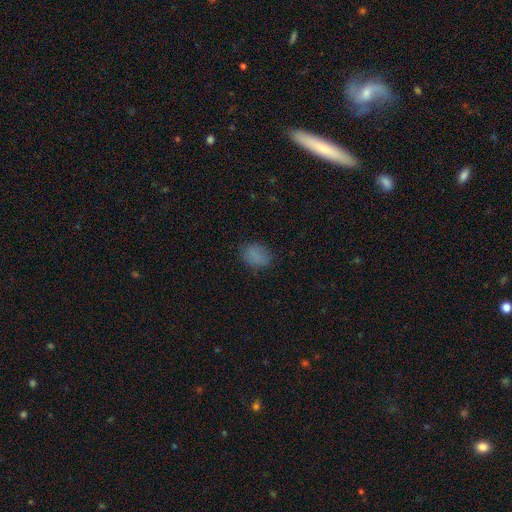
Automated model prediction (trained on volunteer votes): This is clearly a smooth galaxy (81%). How rounded: likely in between (68%). Merging: likely none (78%).